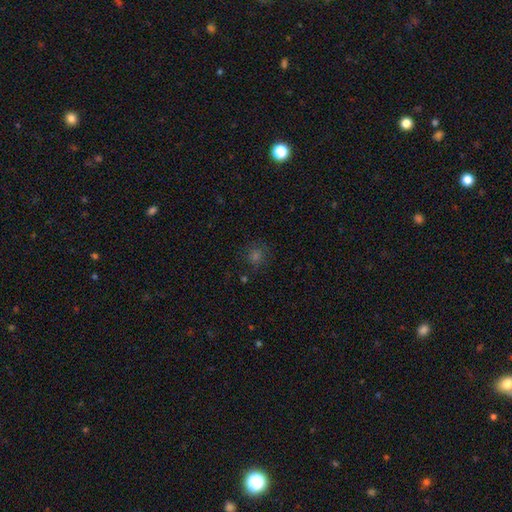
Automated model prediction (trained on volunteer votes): This is possibly a smooth galaxy (57%). How rounded: clearly round (88%). Merging: clearly none (84%).